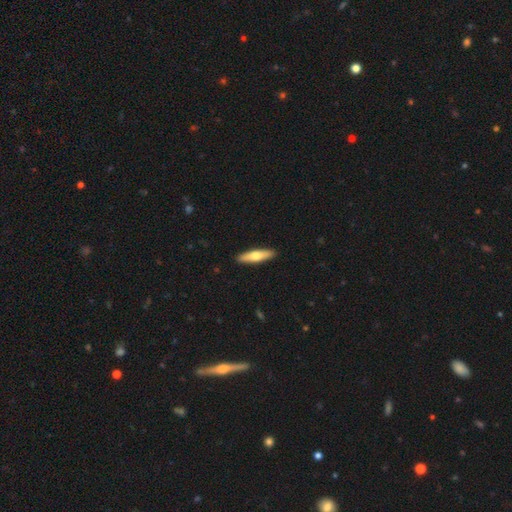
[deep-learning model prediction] smooth-or-featured: smooth: 59% | featured or disk: 36% | star or artifact: 5%
  how-rounded: cigar-shaped: 75% | in between: 23% | round: 2%
  merging: none: 92% | minor disturbance: 6% | major disturbance: 1% | merger: 1%